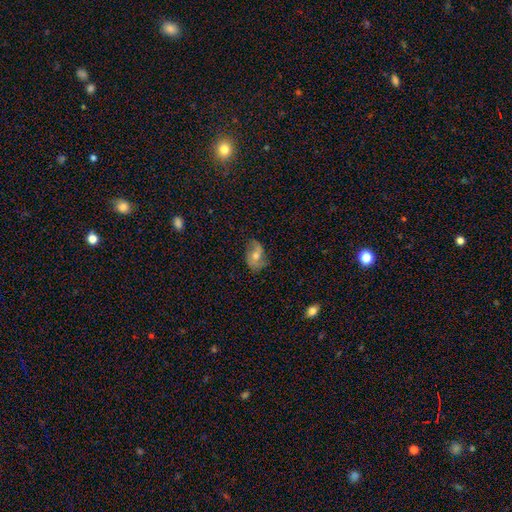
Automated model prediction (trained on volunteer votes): A featured or disk galaxy (58%) with no bar (59%), spiral arms (84%) and a moderate central bulge (67%).

Vote fractions:
- Smooth or featured? featured or disk: 58% / smooth: 32% / star or artifact: 10%
- Edge-on disk? no: 95% / yes: 5%
- Bar? no: 59% / weak: 32% / strong: 9%
- Spiral arms? yes: 84% / no: 16%
- Bulge size? moderate: 67% / small: 23% / large: 6% / none: 2% / dominant: 1%
- Merging? none: 65% / minor disturbance: 24% / major disturbance: 10% / merger: 2%